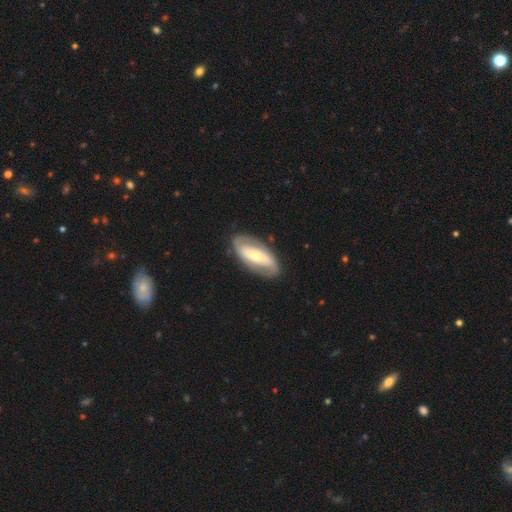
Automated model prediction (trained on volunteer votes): featured or disk 69%, smooth 26%, star or artifact 5%. Down the decision tree: edge-on disk — no (91%); bar — strong (50%); spiral arms — yes (68%); bulge size — small (53%); merging — none (82%).